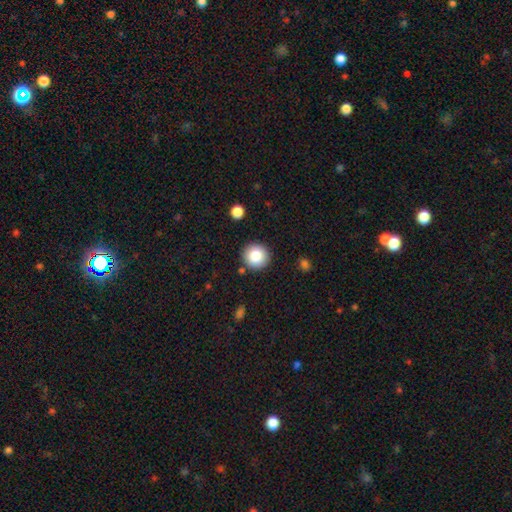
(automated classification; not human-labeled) smooth-or-featured: smooth: 84% | star or artifact: 9% | featured or disk: 7%
  how-rounded: round: 95% | in between: 4% | cigar-shaped: 1%
  merging: none: 89% | minor disturbance: 7% | merger: 2% | major disturbance: 2%